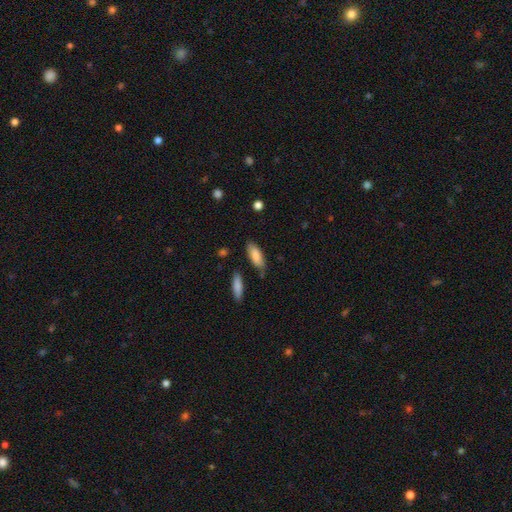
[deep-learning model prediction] This is clearly a smooth galaxy (84%). How rounded: likely in between (72%). Merging: likely none (74%).